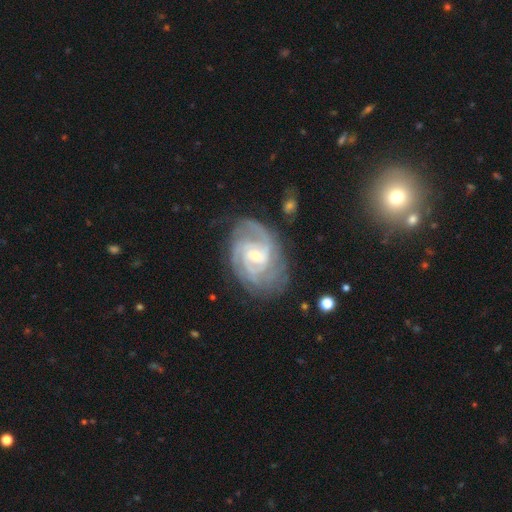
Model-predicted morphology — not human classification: featured or disk 89%, smooth 6%, star or artifact 5%. Down the decision tree: edge-on disk — no (97%); bar — no (50%); spiral arms — yes (97%); spiral arm count — 2 (28%); spiral winding — tight (63%); bulge size — small (60%); merging — none (71%).